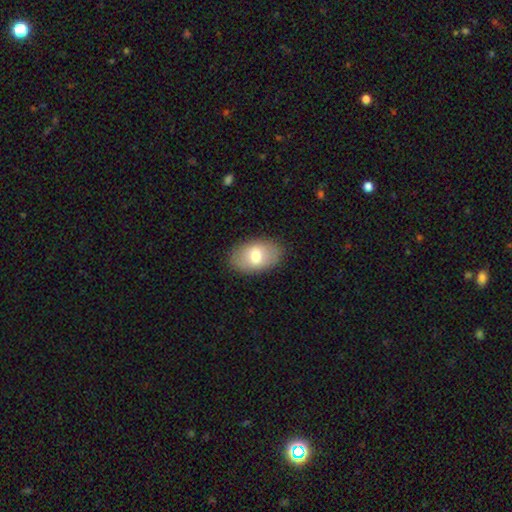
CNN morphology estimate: Smooth or featured: smooth — 71% (featured or disk — 23%)
How rounded: in between — 91% (round — 7%)
Merging: none — 85% (minor disturbance — 11%)